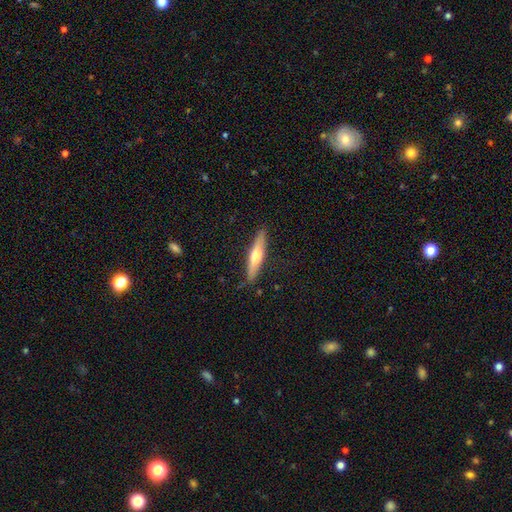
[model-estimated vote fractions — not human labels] The model was most divided on "smooth or featured": featured or disk: 50%, smooth: 45%, star or artifact: 6%. More confident: merging — none (85%).